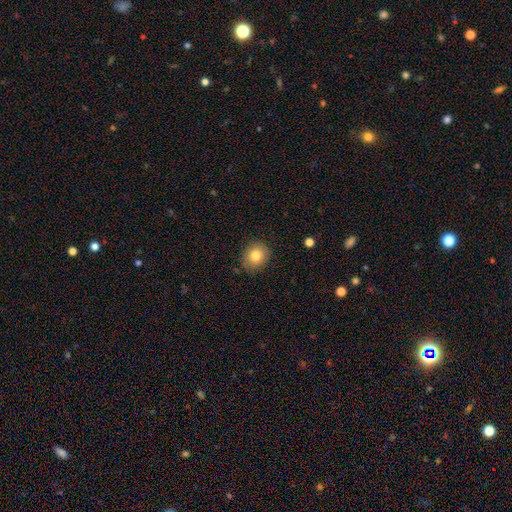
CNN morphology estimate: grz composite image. It shows a smooth galaxy with no disk features (81%) that is round (70%). Merging: none (87%).